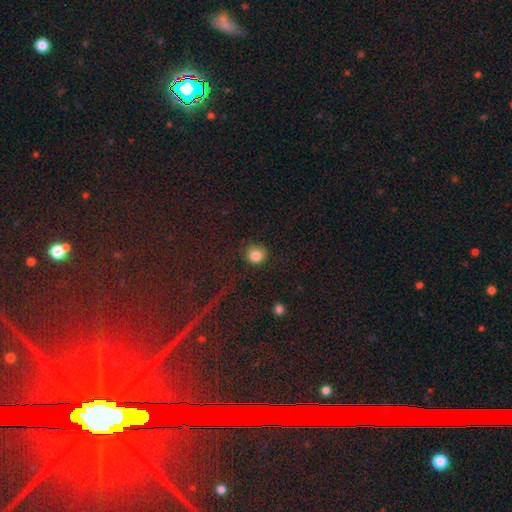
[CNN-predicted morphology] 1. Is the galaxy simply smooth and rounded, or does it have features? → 84% smooth, 11% star or artifact, 6% featured or disk.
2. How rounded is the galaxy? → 88% round, 11% in between, 1% cigar-shaped.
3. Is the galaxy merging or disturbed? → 77% none, 16% minor disturbance, 5% major disturbance, 2% merger.